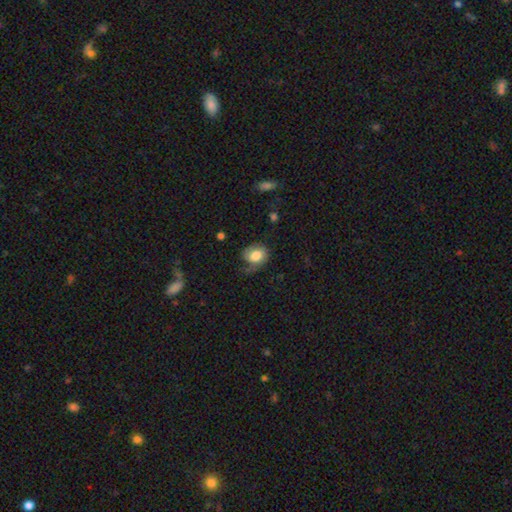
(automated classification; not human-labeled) Q: Smooth or featured?
A: smooth (66%); runner-up: featured or disk (26%)
Q: How rounded?
A: in between (51%); runner-up: round (48%)
Q: Merging?
A: none (42%); runner-up: minor disturbance (30%)